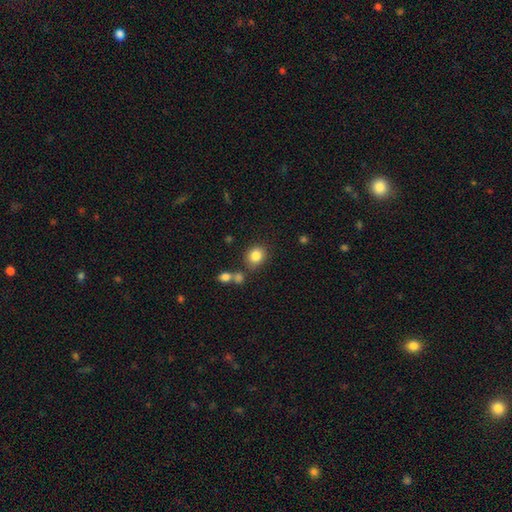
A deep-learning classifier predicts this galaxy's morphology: smooth-or-featured: smooth: 84% | star or artifact: 10% | featured or disk: 6%
  how-rounded: round: 74% | in between: 25% | cigar-shaped: 1%
  merging: none: 73% | minor disturbance: 12% | merger: 11% | major disturbance: 4%